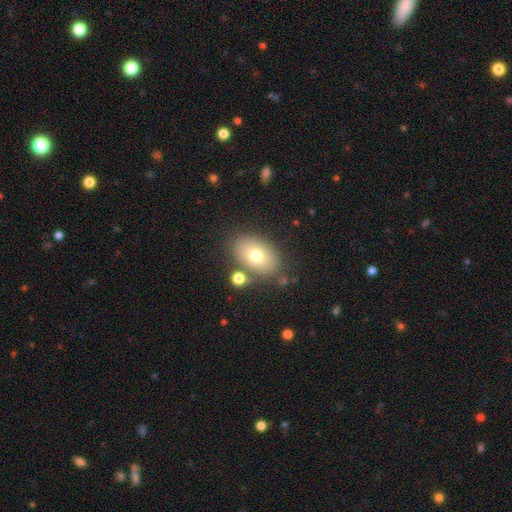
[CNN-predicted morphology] Overall: smooth (73%). How rounded: in between (85%). Merging: none (76%).